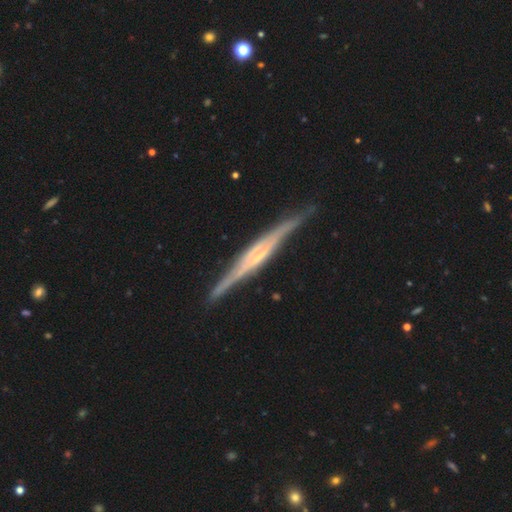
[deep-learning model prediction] smooth-or-featured: featured or disk: 84% | smooth: 11% | star or artifact: 5%
  disk-edge-on: yes: 97% | no: 3%
    edge-on-bulge: boxy: 46% | rounded: 27% | none: 27%
  merging: none: 84% | minor disturbance: 12% | major disturbance: 3% | merger: 2%